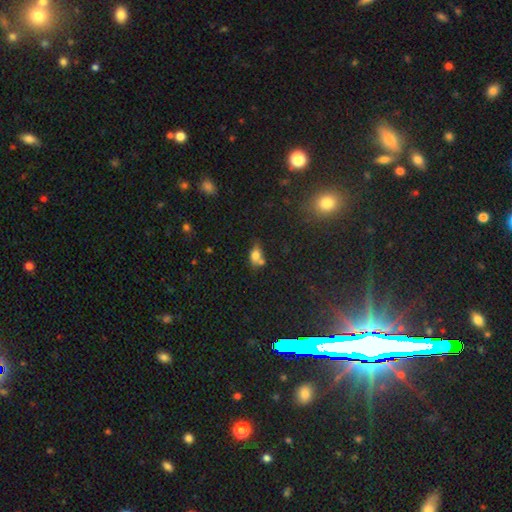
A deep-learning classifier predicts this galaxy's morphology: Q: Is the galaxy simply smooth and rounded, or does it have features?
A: smooth — 72%.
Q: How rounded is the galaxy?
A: in between — 76%.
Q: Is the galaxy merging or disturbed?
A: merger — 39%.